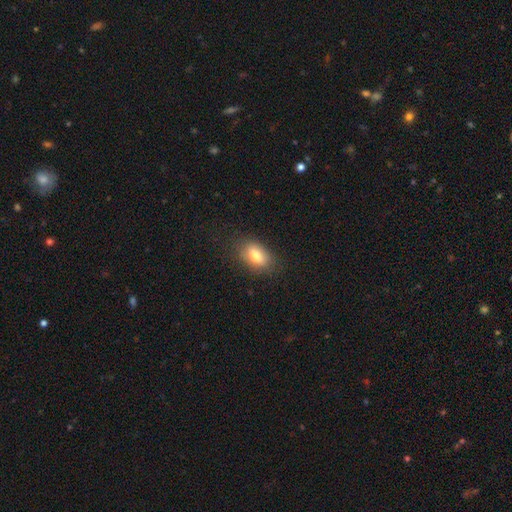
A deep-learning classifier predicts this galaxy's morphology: Smooth or featured? Predicted: smooth (p=0.77). How rounded? Predicted: in between (p=0.86). Merging? Predicted: none (p=0.80).